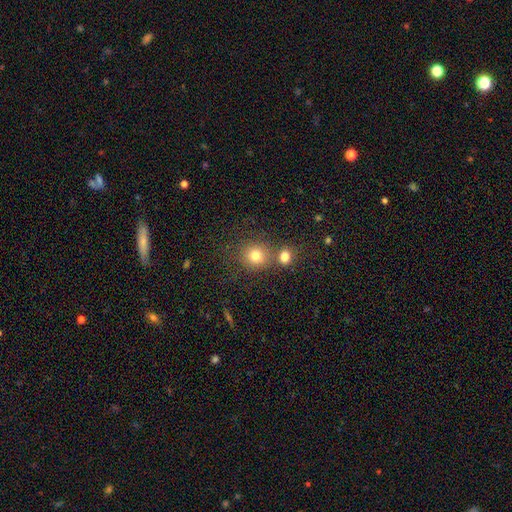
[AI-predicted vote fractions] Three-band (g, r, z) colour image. It shows a smooth galaxy with no disk features (78%) that is round (86%). Merging: none (62%).